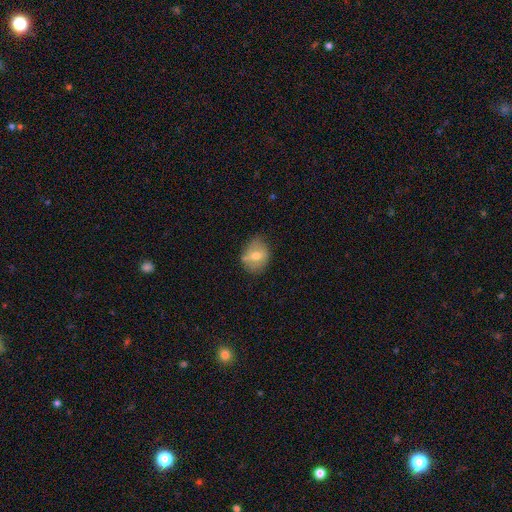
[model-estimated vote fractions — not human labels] This appears to be a smooth galaxy with no disk features (55%) that is round (53%). Merging: none (66%).